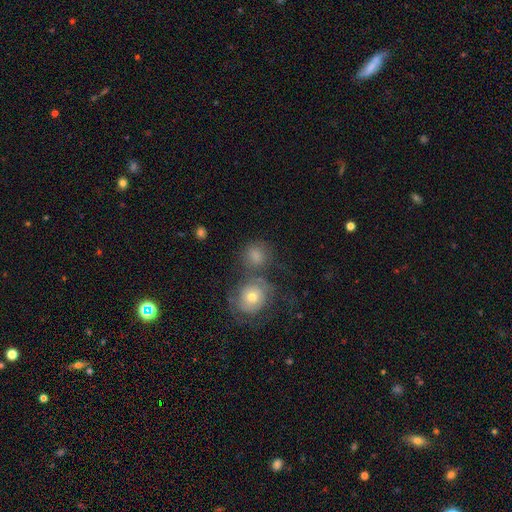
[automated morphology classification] Smooth or featured? Predicted: smooth (p=0.68). How rounded? Predicted: round (p=0.80). Merging? Predicted: none (p=0.50).